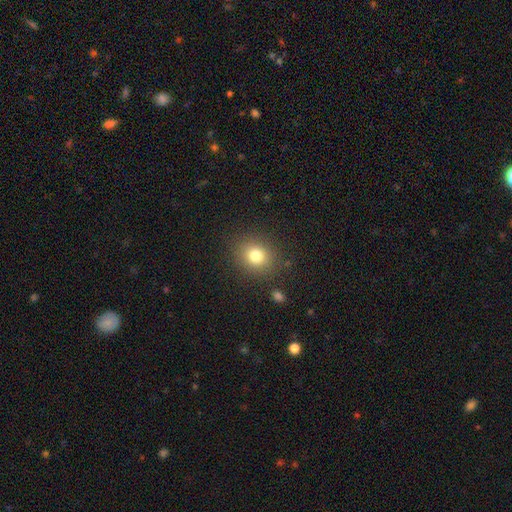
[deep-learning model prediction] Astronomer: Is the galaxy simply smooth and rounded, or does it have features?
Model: smooth — 78%.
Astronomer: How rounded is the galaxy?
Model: round — 70%.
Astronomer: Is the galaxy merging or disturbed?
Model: none — 86%.